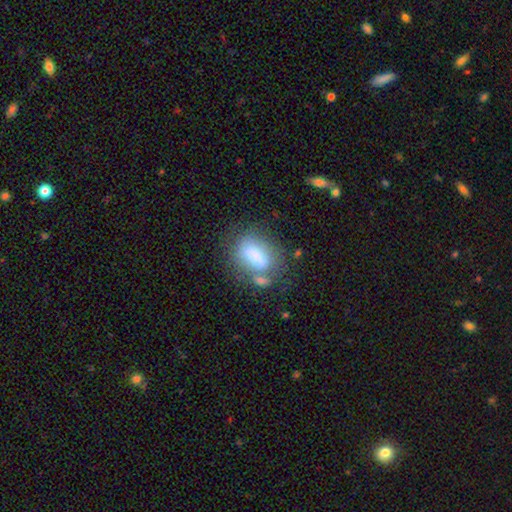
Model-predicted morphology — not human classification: Smooth or featured?
  - smooth: 65% *
  - featured or disk: 25%
  - star or artifact: 10%
How rounded?
  - in between: 75% *
  - round: 17%
  - cigar-shaped: 8%
Merging?
  - none: 35% *
  - merger: 31%
  - minor disturbance: 19%
  - major disturbance: 14%